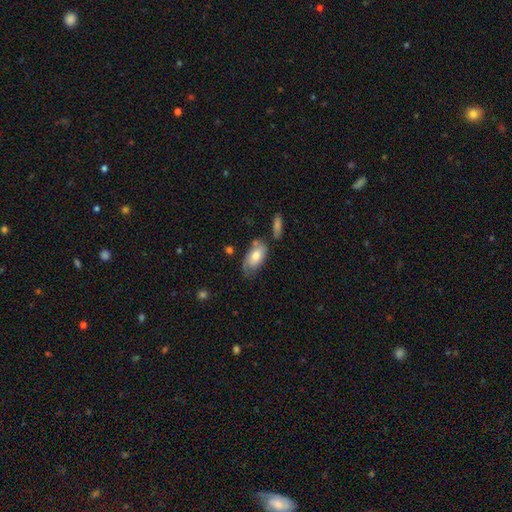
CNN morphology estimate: This appears to be a smooth galaxy with no disk features (66%) that is in between round and cigar-shaped (92%). Merging: none (50%).